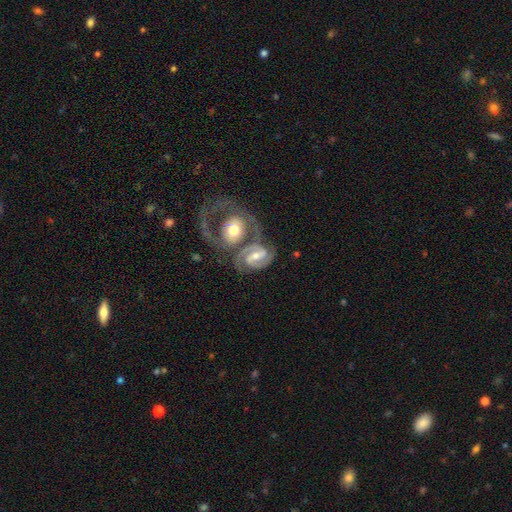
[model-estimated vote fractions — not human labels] Smooth or featured? Predicted: featured or disk (p=0.86). Edge-on disk? Predicted: no (p=0.97). Bar? Predicted: weak (p=0.44). Spiral arms? Predicted: yes (p=0.97). Spiral winding? Predicted: medium (p=0.48). Spiral arm count? Predicted: 2 (p=0.85). Bulge size? Predicted: moderate (p=0.55). Merging? Predicted: merger (p=0.47).